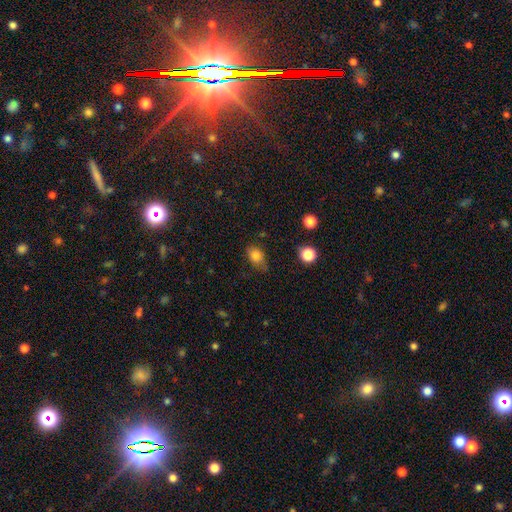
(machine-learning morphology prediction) Smooth or featured? Predicted: smooth (p=0.81). How rounded? Predicted: in between (p=0.68). Merging? Predicted: none (p=0.60).